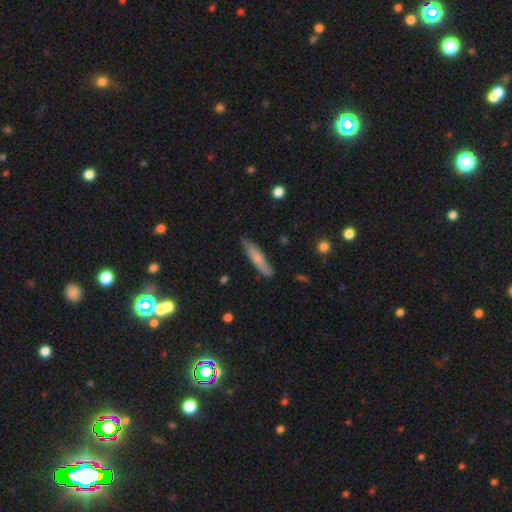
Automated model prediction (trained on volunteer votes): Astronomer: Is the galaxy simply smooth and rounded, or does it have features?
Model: smooth — 51% (runner-up: featured or disk, 37%).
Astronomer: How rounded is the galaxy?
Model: cigar-shaped — 84%.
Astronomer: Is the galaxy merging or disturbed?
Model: none — 84%.